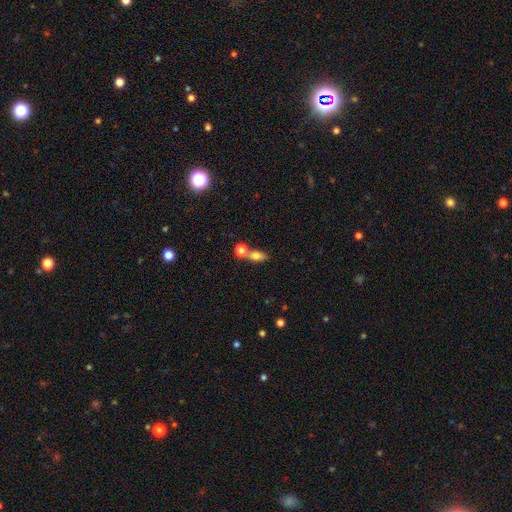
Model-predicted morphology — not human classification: Smooth or featured? Predicted: smooth (p=0.78). How rounded? Predicted: in between (p=0.69). Merging? Predicted: none (p=0.45).